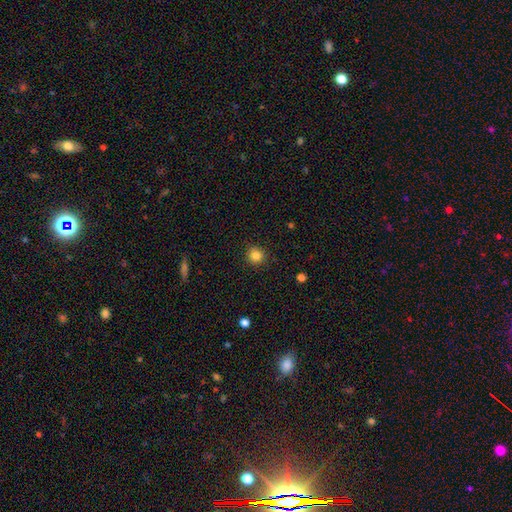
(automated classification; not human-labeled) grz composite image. It shows a smooth galaxy with no disk features (83%) that is round (93%). Merging: none (91%).